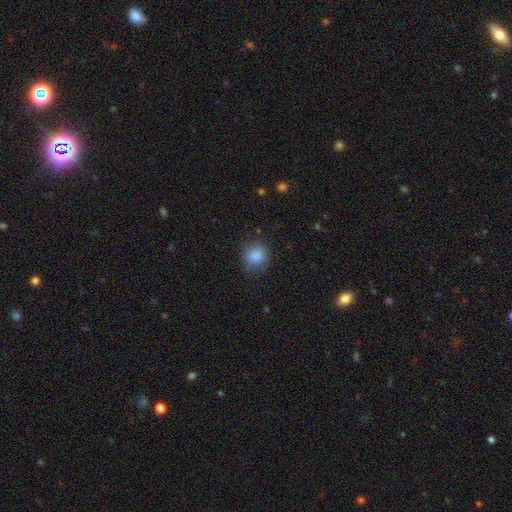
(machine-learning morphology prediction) smooth_or_featured: smooth (p=0.86) [alt: star or artifact p=0.09]
how_rounded: round (p=0.79) [alt: in between p=0.20]
merging: none (p=0.80) [alt: minor disturbance p=0.15]